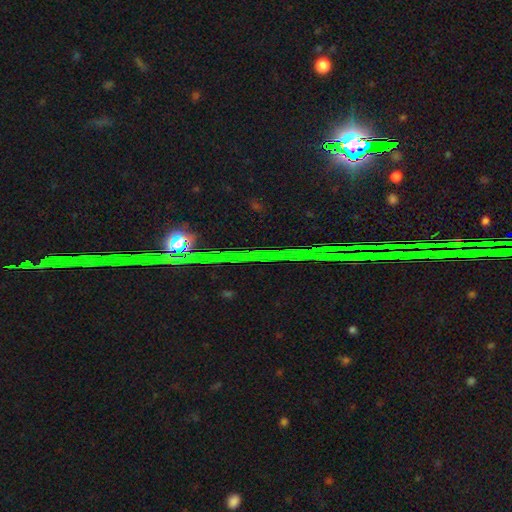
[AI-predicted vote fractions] A star or artifact, not a galaxy (81%).

Vote fractions:
- Smooth or featured? star or artifact: 81% / featured or disk: 12% / smooth: 7%